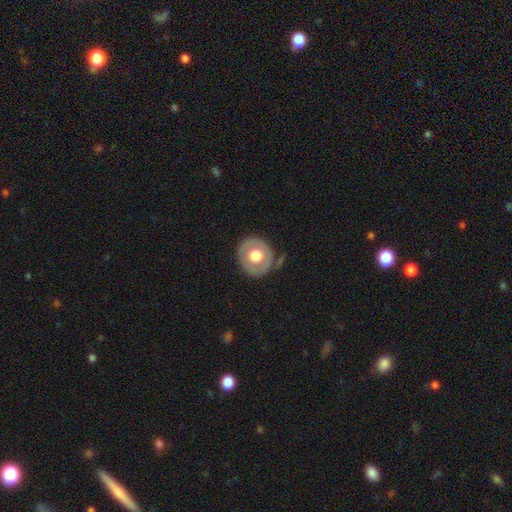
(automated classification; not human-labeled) A smooth galaxy with no disk features (52%) that is round (84%).

Vote fractions:
- Smooth or featured? smooth: 52% / featured or disk: 42% / star or artifact: 6%
- How rounded? round: 84% / in between: 15% / cigar-shaped: 1%
- Merging? none: 80% / minor disturbance: 13% / major disturbance: 4% / merger: 3%